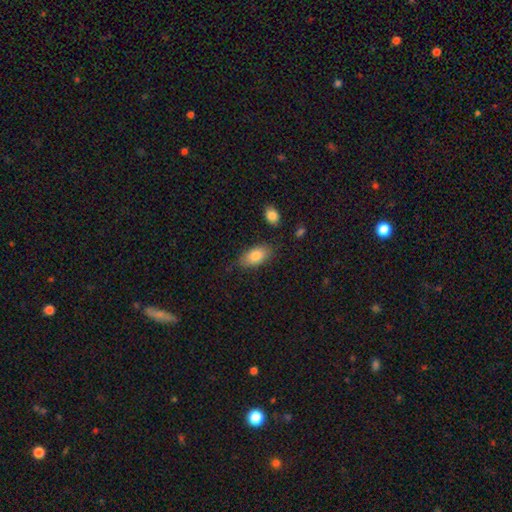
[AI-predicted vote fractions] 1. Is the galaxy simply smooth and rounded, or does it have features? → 84% smooth, 10% featured or disk, 7% star or artifact.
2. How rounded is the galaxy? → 92% in between, 4% cigar-shaped, 4% round.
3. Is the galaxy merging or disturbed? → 78% none, 15% minor disturbance, 4% major disturbance, 3% merger.